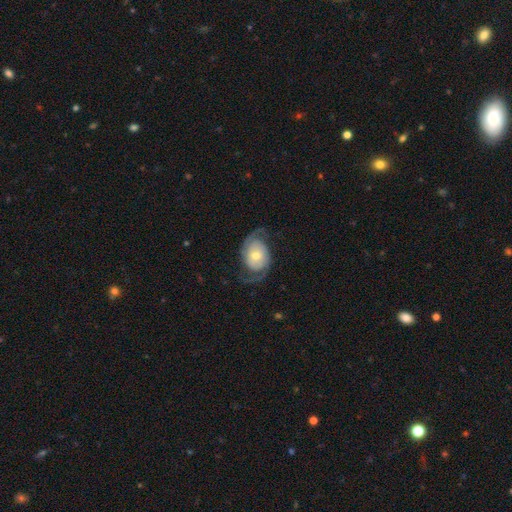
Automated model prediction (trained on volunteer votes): This is clearly a featured or disk galaxy (82%). It is clearly not viewed edge-on (97%). Bar: likely no (70%). Spiral arm pattern: clearly yes (94%). Spiral arm count: clearly 2 (90%). Spiral winding: marginally medium (41%). Central bulge: possibly moderate (52%). Merging: likely none (68%).